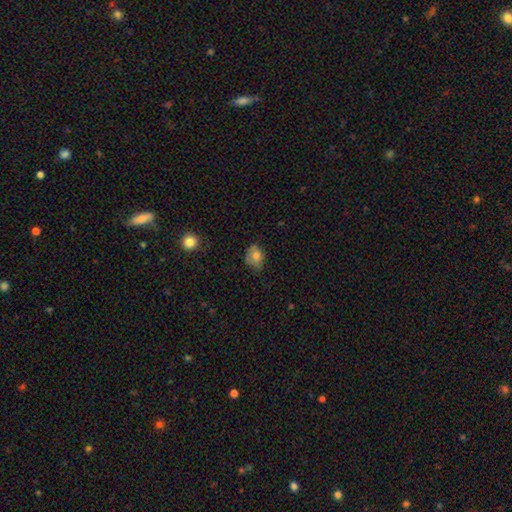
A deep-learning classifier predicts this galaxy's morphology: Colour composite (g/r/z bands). It shows a smooth galaxy with no disk features (76%) that is in between round and cigar-shaped (62%). Merging: none (58%).